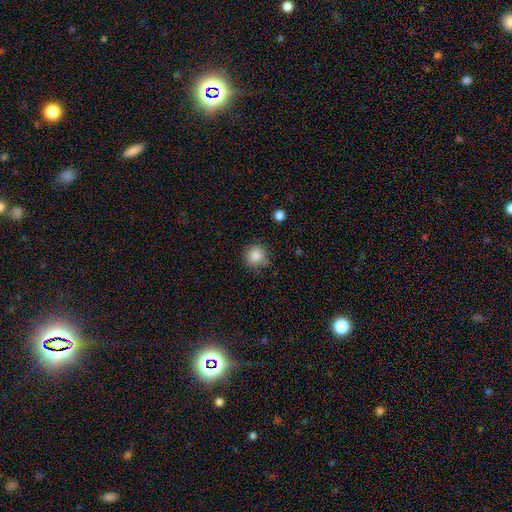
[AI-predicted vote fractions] Morphology: type=smooth (86%); roundness=round (92%); merging=none (81%).